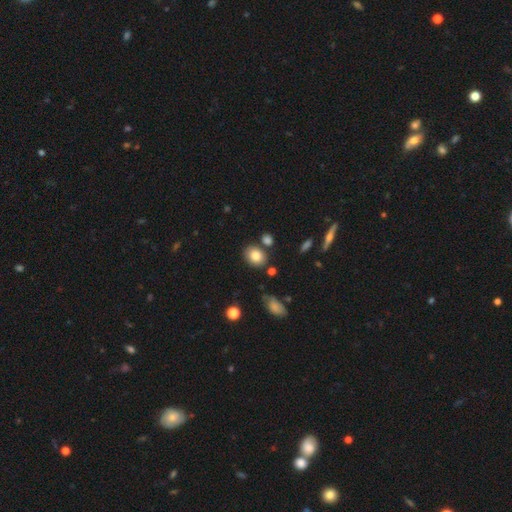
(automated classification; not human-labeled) smooth_or_featured: smooth (p=0.83) [alt: star or artifact p=0.09]
how_rounded: in between (p=0.59) [alt: round p=0.40]
merging: none (p=0.77) [alt: minor disturbance p=0.12]